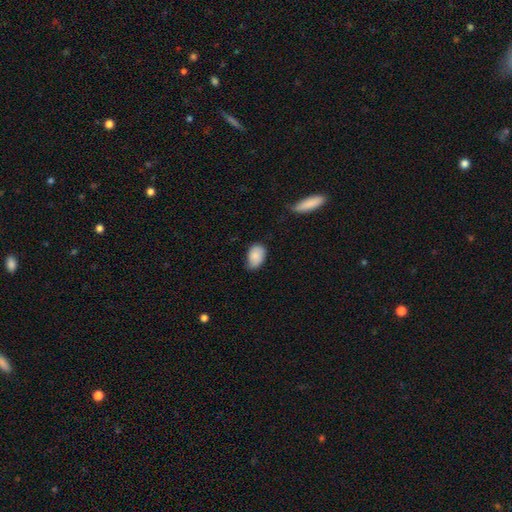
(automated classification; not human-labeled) smooth 84%, featured or disk 9%, star or artifact 7%. Down the decision tree: how rounded — in between (87%); merging — none (57%).